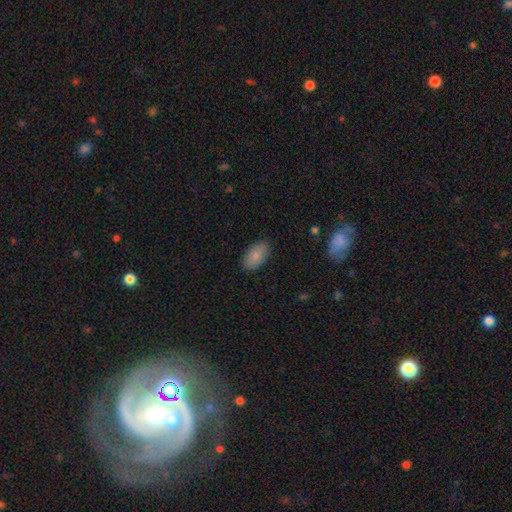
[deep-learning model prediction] Smooth or featured: smooth — 83% (featured or disk — 10%)
How rounded: in between — 94% (round — 4%)
Merging: none — 85% (minor disturbance — 12%)